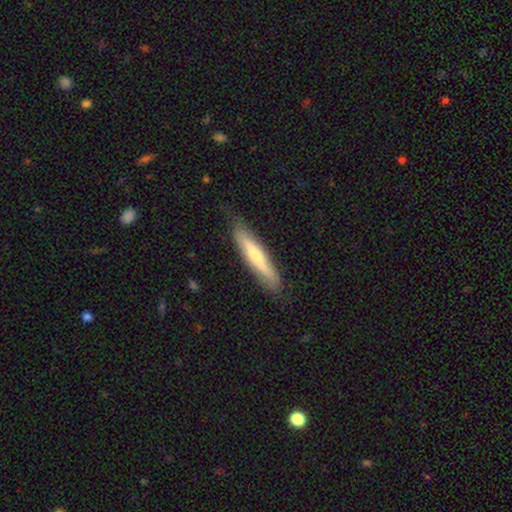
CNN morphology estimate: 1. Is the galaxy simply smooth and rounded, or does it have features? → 47% smooth (tied), 47% featured or disk (tied), 6% star or artifact.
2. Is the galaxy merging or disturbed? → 84% none, 13% minor disturbance, 2% major disturbance, 1% merger.